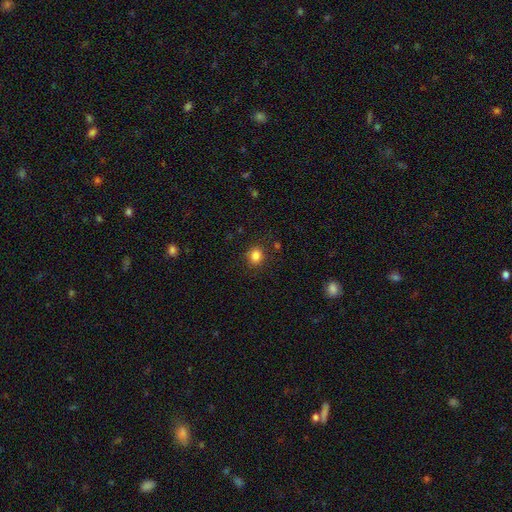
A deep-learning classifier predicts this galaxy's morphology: Q: Smooth or featured?
A: smooth (84%); runner-up: star or artifact (11%)
Q: How rounded?
A: round (70%); runner-up: in between (29%)
Q: Merging?
A: none (84%); runner-up: minor disturbance (11%)